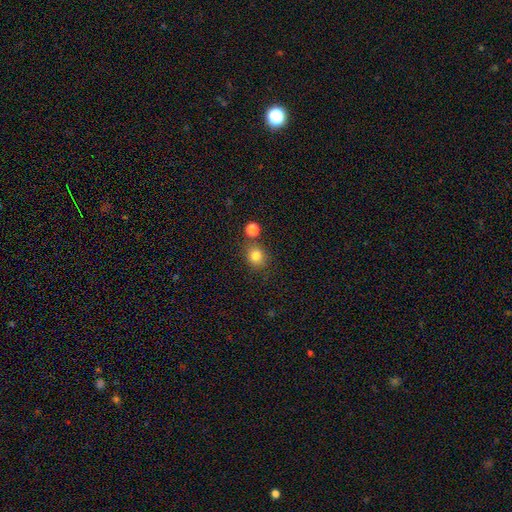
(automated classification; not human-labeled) Q: Smooth or featured?
A: smooth (81%); runner-up: star or artifact (13%)
Q: How rounded?
A: round (81%); runner-up: in between (18%)
Q: Merging?
A: none (76%); runner-up: merger (10%)